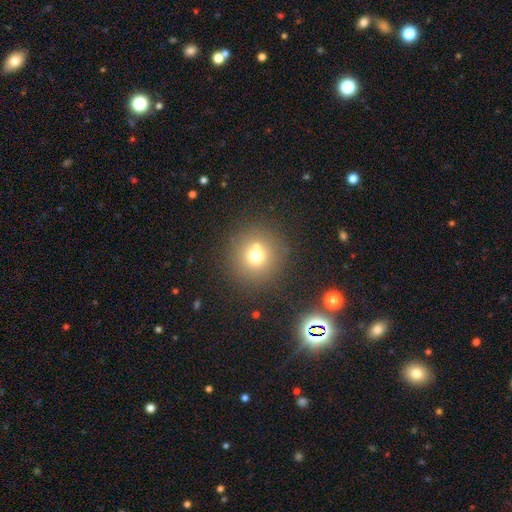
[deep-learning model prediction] A smooth galaxy with no disk features (68%) that is round (94%).

Vote fractions:
- Smooth or featured? smooth: 68% / star or artifact: 17% / featured or disk: 14%
- How rounded? round: 94% / in between: 5% / cigar-shaped: 1%
- Merging? none: 72% / merger: 17% / minor disturbance: 7% / major disturbance: 4%